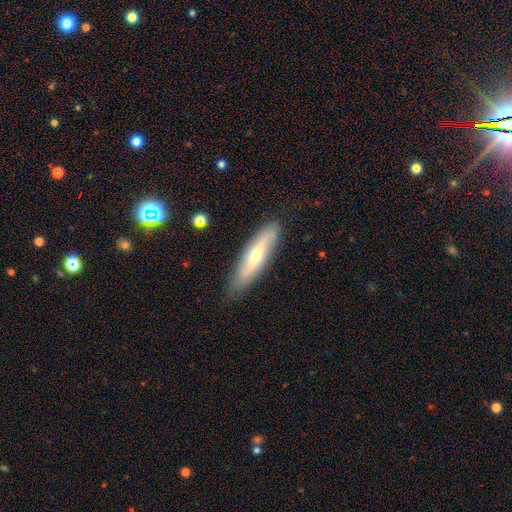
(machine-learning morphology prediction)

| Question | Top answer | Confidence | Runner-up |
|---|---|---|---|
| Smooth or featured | smooth | 48% | featured or disk (46%) |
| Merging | none | 81% | minor disturbance (14%) |